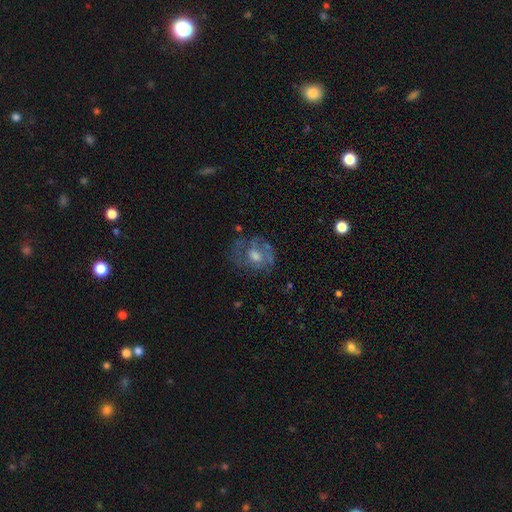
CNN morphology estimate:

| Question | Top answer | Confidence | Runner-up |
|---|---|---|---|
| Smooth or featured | featured or disk | 64% | smooth (24%) |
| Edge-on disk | no | 97% | yes (3%) |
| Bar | no | 69% | weak (26%) |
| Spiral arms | yes | 62% | no (38%) |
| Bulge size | moderate | 61% | small (21%) |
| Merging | none | 61% | minor disturbance (20%) |